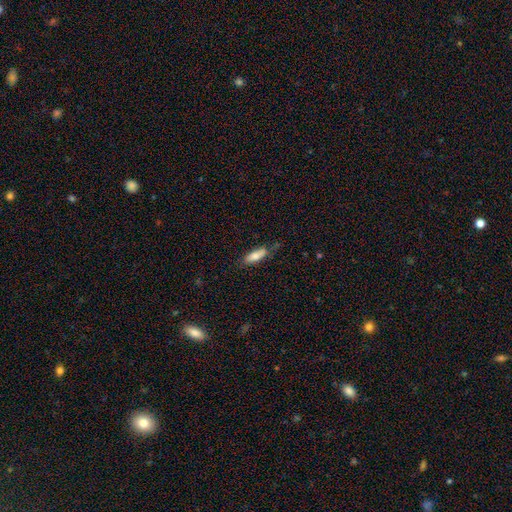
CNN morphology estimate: smooth 77%, featured or disk 16%, star or artifact 6%. Down the decision tree: how rounded — in between (62%); merging — none (71%).